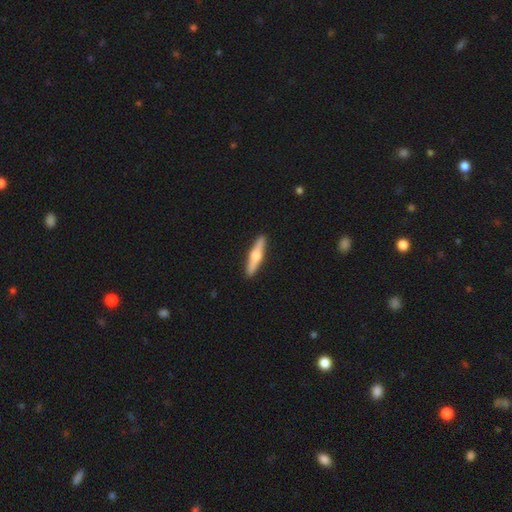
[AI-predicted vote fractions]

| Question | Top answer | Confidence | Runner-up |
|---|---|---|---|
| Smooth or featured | featured or disk | 57% | smooth (38%) |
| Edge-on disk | yes | 96% | no (4%) |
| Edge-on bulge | rounded | 93% | none (3%) |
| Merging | none | 92% | minor disturbance (6%) |